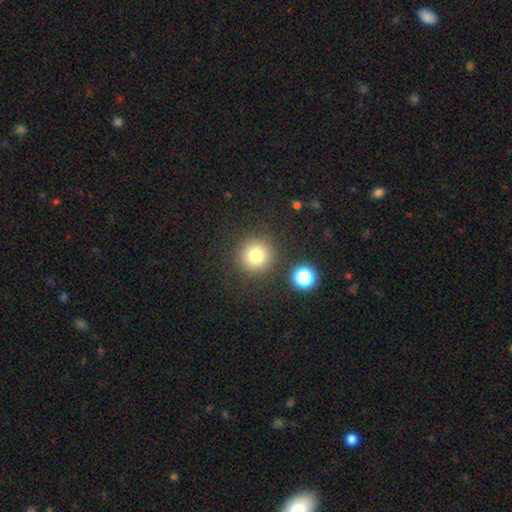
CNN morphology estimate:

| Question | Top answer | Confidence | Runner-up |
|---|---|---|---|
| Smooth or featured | smooth | 78% | star or artifact (14%) |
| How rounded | round | 94% | in between (5%) |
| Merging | none | 86% | minor disturbance (7%) |